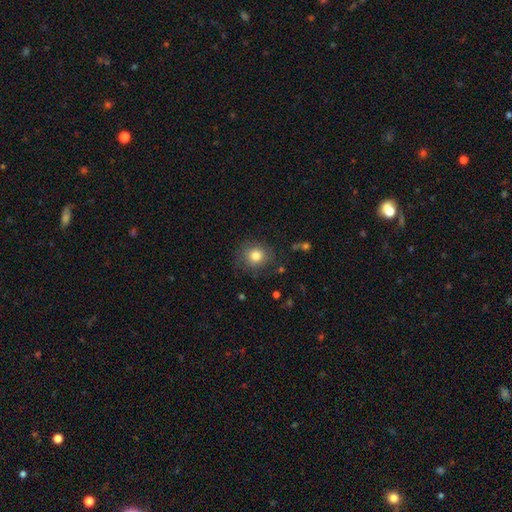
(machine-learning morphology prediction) Smooth or featured?
  - smooth: 80% *
  - star or artifact: 10%
  - featured or disk: 9%
How rounded?
  - round: 86% *
  - in between: 14%
  - cigar-shaped: 1%
Merging?
  - none: 81% *
  - minor disturbance: 13%
  - major disturbance: 5%
  - merger: 2%